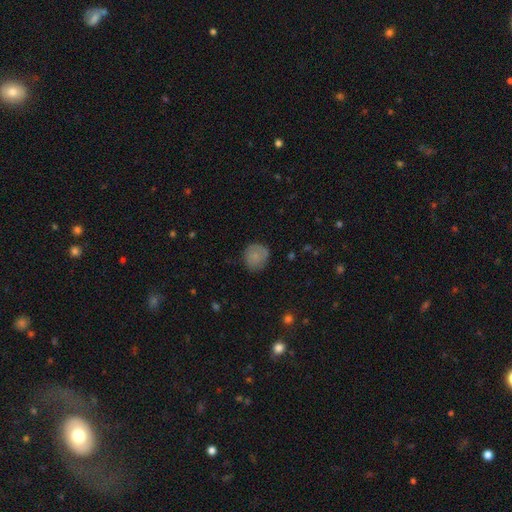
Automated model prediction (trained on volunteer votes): The model was most divided on "merging": none: 74%, minor disturbance: 20%, major disturbance: 5%, merger: 1%. More confident: how rounded — round (86%); smooth or featured — smooth (79%).